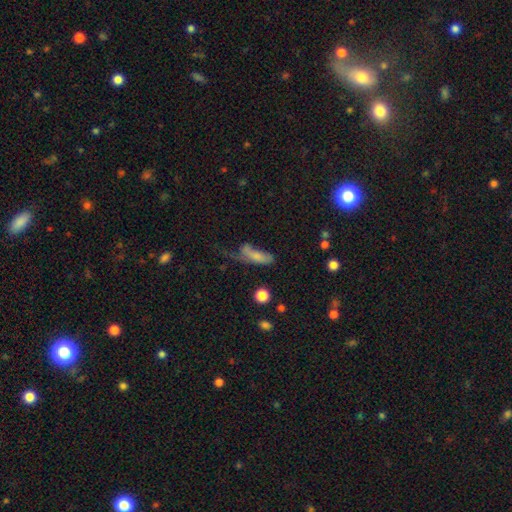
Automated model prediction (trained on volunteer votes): The model was most divided on "merging": major disturbance: 42%, none: 25%, minor disturbance: 24%, merger: 9%. More confident: smooth or featured — smooth (64%); how rounded — in between (59%).